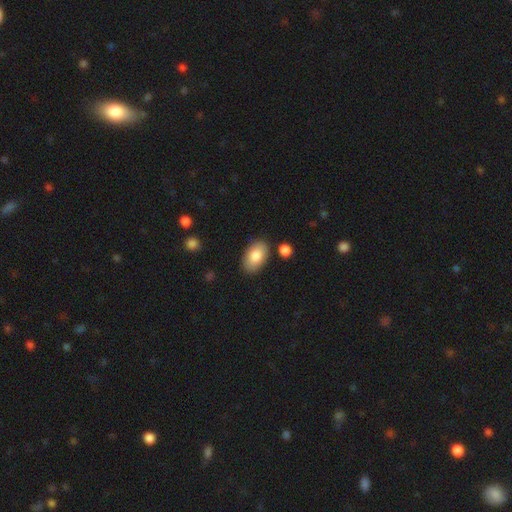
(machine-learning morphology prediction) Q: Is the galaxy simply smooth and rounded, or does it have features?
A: smooth — 84%.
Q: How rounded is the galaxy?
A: in between — 93%.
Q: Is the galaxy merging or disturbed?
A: none — 83%.